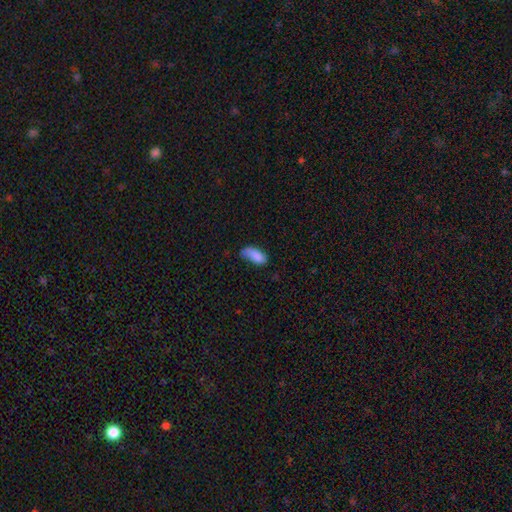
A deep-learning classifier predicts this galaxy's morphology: smooth 82%, featured or disk 11%, star or artifact 8%. Down the decision tree: how rounded — in between (89%); merging — none (46%).